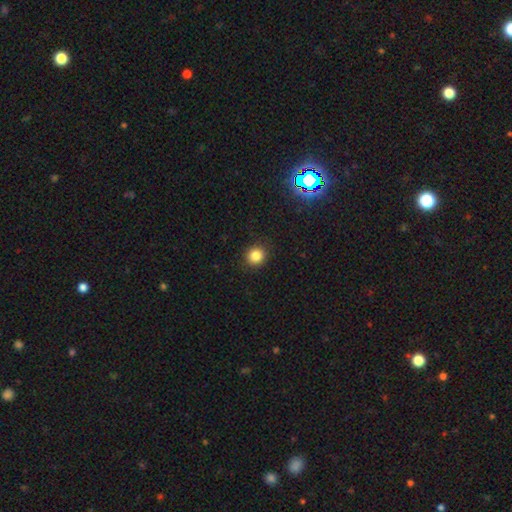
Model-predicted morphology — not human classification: Smooth or featured? smooth (83%)
How rounded? round (87%)
Merging? none (91%)